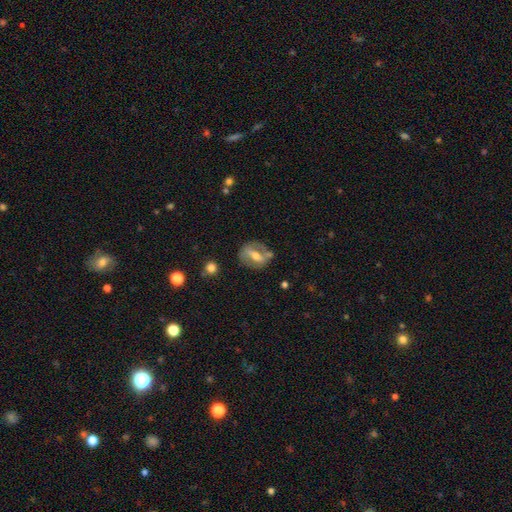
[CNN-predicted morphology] Smooth or featured? featured or disk (64%)
Edge-on disk? no (86%)
Bar? strong (59%)
Spiral arms? no (54%)
Bulge size? moderate (63%)
Merging? none (67%)